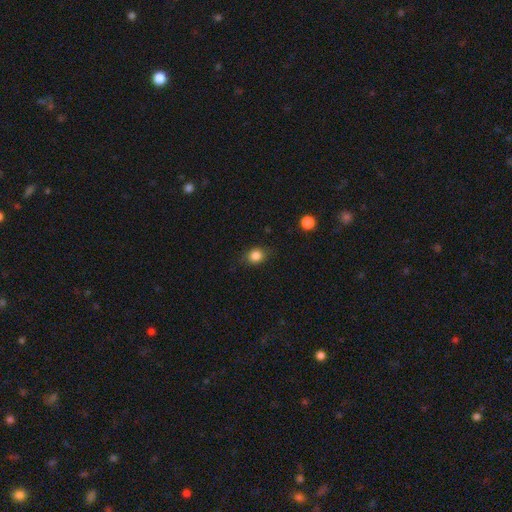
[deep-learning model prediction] Q: Smooth or featured?
A: smooth (84%); runner-up: star or artifact (11%)
Q: How rounded?
A: round (63%); runner-up: in between (36%)
Q: Merging?
A: none (80%); runner-up: minor disturbance (15%)